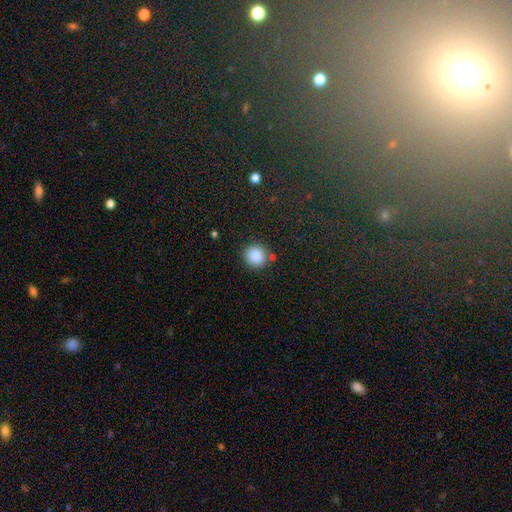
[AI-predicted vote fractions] Smooth or featured? Predicted: smooth (p=0.87). How rounded? Predicted: round (p=0.90). Merging? Predicted: none (p=0.84).